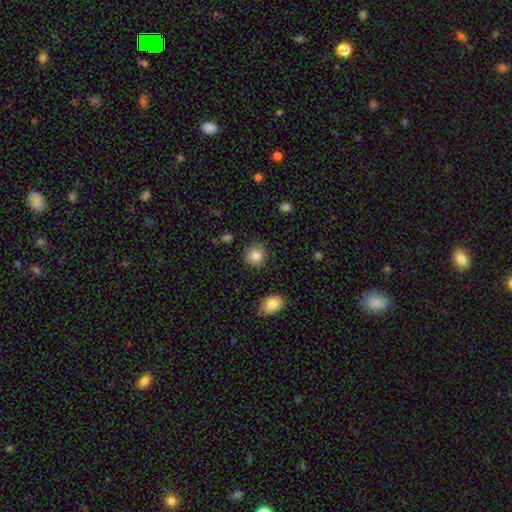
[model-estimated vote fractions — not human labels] Smooth or featured? Predicted: smooth (p=0.87). How rounded? Predicted: round (p=0.87). Merging? Predicted: none (p=0.88).